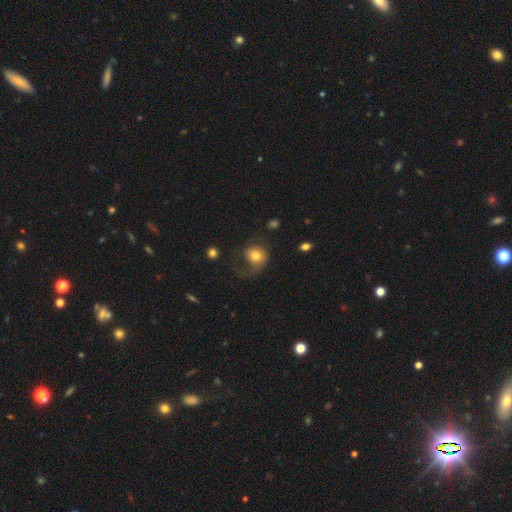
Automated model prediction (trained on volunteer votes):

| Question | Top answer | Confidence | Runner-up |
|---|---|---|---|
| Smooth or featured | smooth | 65% | featured or disk (26%) |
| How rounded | round | 70% | in between (29%) |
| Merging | major disturbance | 43% | none (34%) |